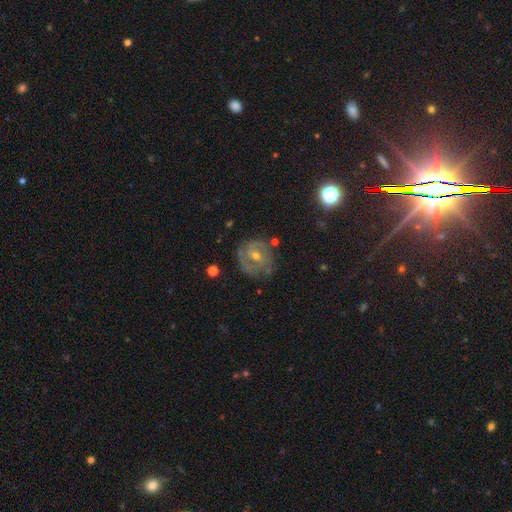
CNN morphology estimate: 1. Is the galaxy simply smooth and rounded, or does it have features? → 71% featured or disk, 16% smooth, 13% star or artifact.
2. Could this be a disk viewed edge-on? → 97% no, 3% yes.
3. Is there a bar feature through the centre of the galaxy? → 48% no, 41% weak, 11% strong.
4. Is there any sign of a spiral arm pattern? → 81% yes, 19% no.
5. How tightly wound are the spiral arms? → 56% tight, 34% medium, 10% loose.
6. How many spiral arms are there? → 41% 2, 35% can't tell, 11% 3, 7% 1, 3% 4, 3% more than 4.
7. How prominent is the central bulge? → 51% moderate, 45% small, 2% large, 2% none, 1% dominant.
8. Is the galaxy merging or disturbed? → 73% none, 17% minor disturbance, 8% major disturbance, 2% merger.